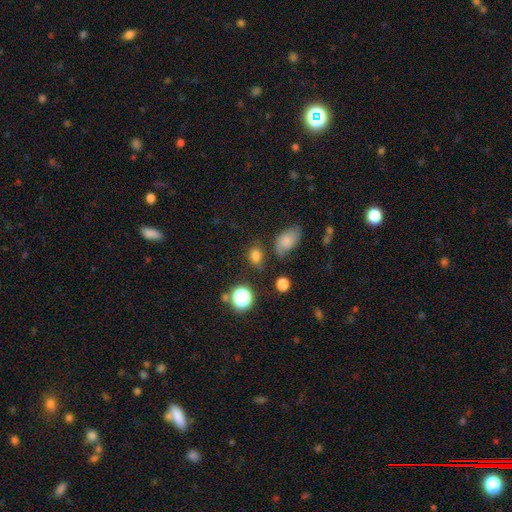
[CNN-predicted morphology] Smooth or featured: smooth — 75% (star or artifact — 18%)
How rounded: in between — 58% (round — 40%)
Merging: none — 66% (minor disturbance — 19%)